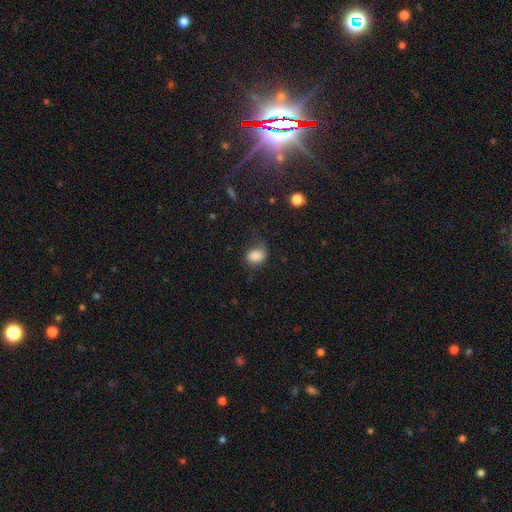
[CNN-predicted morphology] This appears to be a smooth galaxy with no disk features (83%) that is in between round and cigar-shaped (68%). Merging: none (52%).